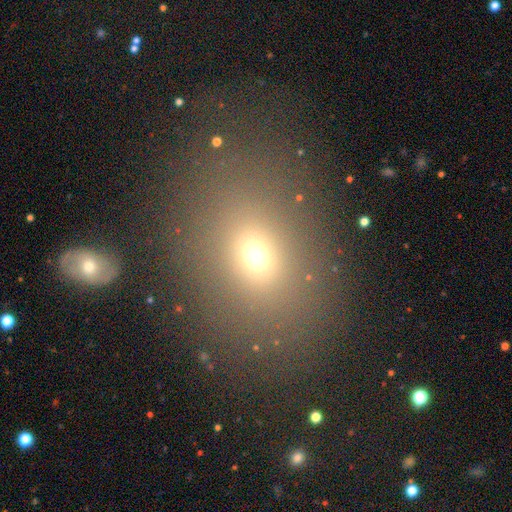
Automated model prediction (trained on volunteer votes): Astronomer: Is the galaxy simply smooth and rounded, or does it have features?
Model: smooth — 66%.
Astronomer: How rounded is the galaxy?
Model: in between — 55% (runner-up: round, 43%).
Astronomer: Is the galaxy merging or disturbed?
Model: none — 76%.